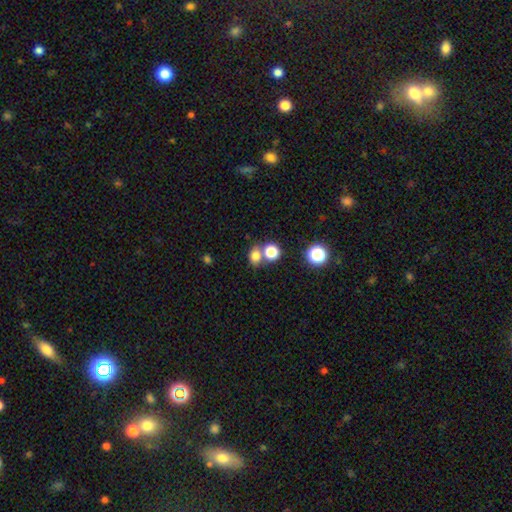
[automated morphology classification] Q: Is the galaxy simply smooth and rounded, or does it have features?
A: smooth — 77%.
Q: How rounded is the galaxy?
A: round — 62%.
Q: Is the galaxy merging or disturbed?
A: none — 53%.